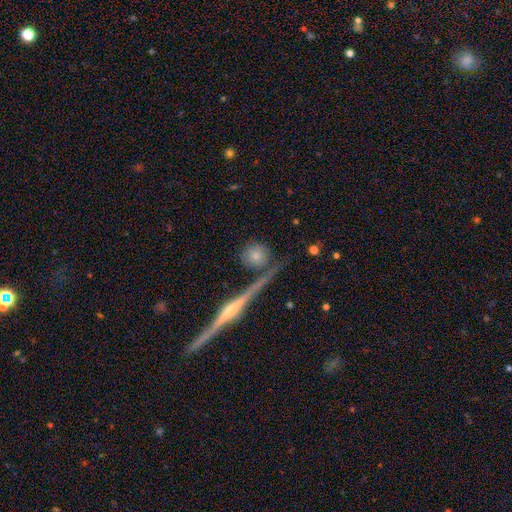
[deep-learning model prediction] Overall: smooth (69%). How rounded: round (86%). Merging: none (70%).